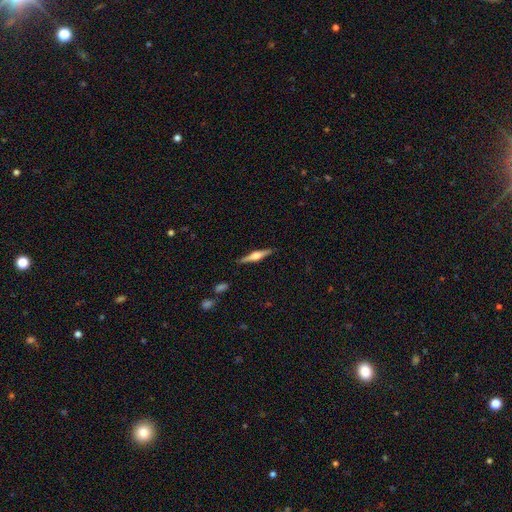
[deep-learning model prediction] Morphology: type=featured or disk (71%); edge-on=yes (98%); edge-on bulge=rounded (88%); merging=none (89%).